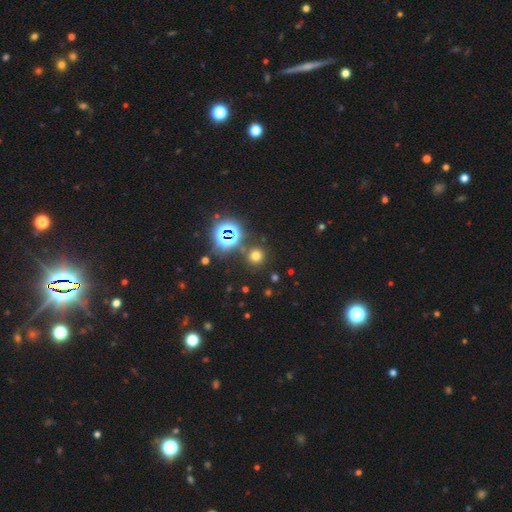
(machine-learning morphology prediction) Q: Smooth or featured?
A: smooth (61%); runner-up: star or artifact (32%)
Q: How rounded?
A: round (91%); runner-up: in between (8%)
Q: Merging?
A: none (84%); runner-up: minor disturbance (7%)